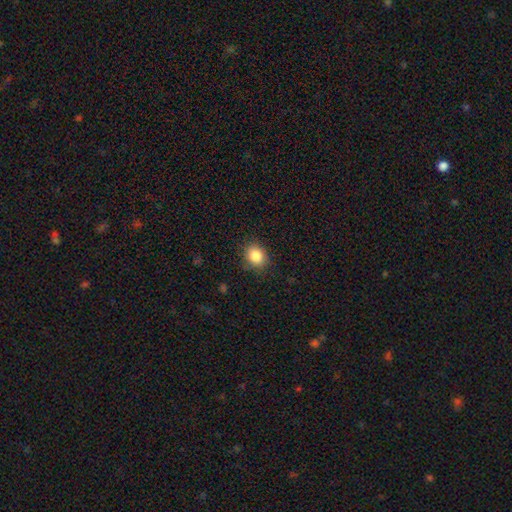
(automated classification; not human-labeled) This is clearly a smooth galaxy (87%). How rounded: possibly round (53%). Merging: clearly none (85%).